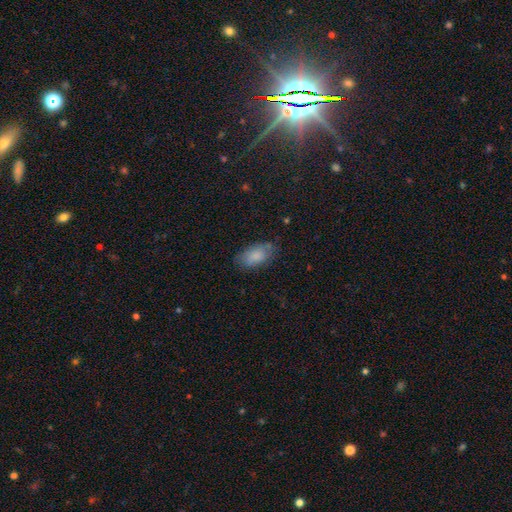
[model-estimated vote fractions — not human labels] Morphology: type=smooth (82%); roundness=in between (92%); merging=none (75%).